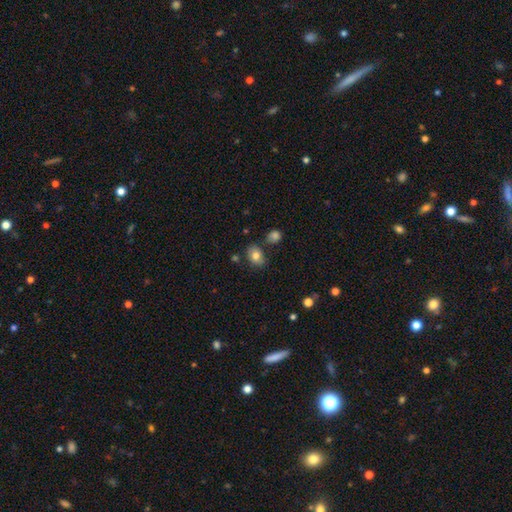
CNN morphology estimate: smooth-or-featured: smooth: 80% | featured or disk: 10% | star or artifact: 9%
  how-rounded: in between: 68% | round: 31% | cigar-shaped: 1%
  merging: none: 73% | minor disturbance: 17% | merger: 7% | major disturbance: 4%